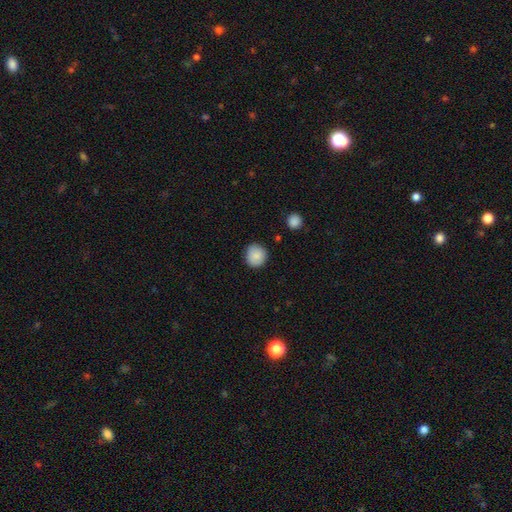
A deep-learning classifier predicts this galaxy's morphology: smooth-or-featured: smooth: 87% | star or artifact: 8% | featured or disk: 5%
  how-rounded: round: 87% | in between: 12% | cigar-shaped: 1%
  merging: none: 85% | minor disturbance: 11% | major disturbance: 2% | merger: 2%